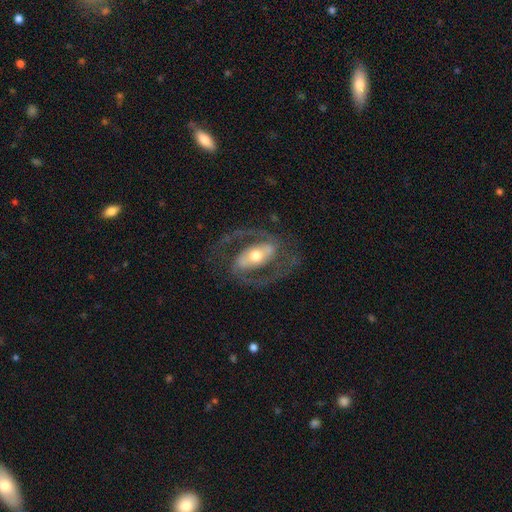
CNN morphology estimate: Smooth or featured? Predicted: featured or disk (p=0.87). Edge-on disk? Predicted: no (p=0.95). Bar? Predicted: strong (p=0.51). Spiral arms? Predicted: yes (p=0.90). Spiral winding? Predicted: medium (p=0.58). Spiral arm count? Predicted: 2 (p=0.91). Bulge size? Predicted: moderate (p=0.68). Merging? Predicted: none (p=0.74).